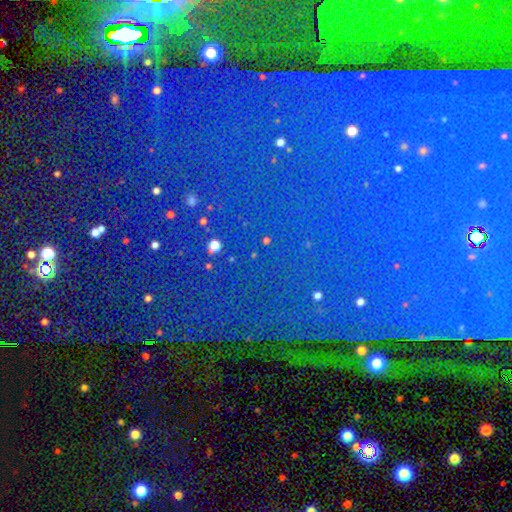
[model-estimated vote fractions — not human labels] This appears to be a star or artifact, not a galaxy (84%).